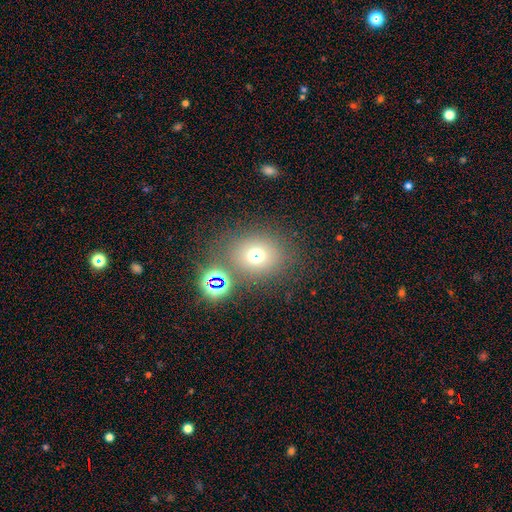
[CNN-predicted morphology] smooth_or_featured: smooth (p=0.64) [alt: star or artifact p=0.25]
how_rounded: round (p=0.70) [alt: in between p=0.29]
merging: none (p=0.68) [alt: merger p=0.15]